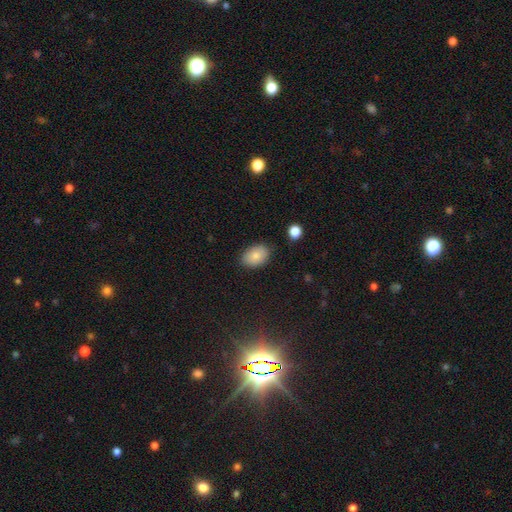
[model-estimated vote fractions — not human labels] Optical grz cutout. It shows a smooth galaxy with no disk features (82%) that is in between round and cigar-shaped (84%). Merging: none (84%).